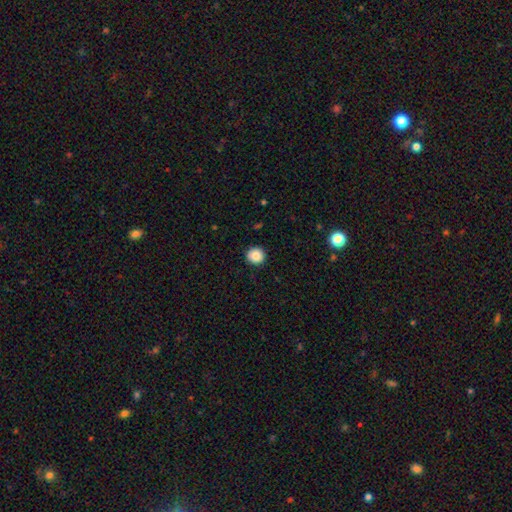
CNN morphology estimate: Overall: smooth (87%). How rounded: round (92%). Merging: none (91%).